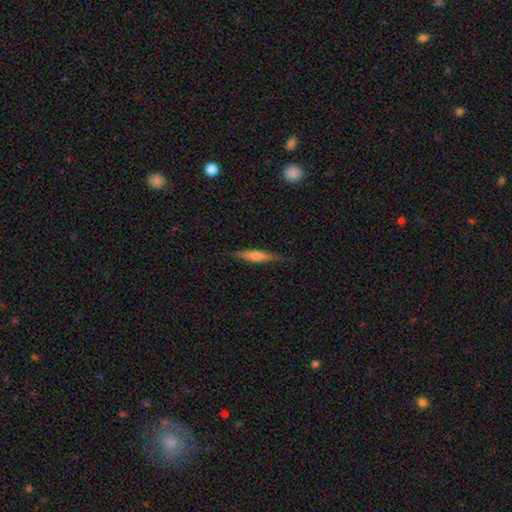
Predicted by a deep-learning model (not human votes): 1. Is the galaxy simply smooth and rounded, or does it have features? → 49% smooth, 45% featured or disk, 7% star or artifact.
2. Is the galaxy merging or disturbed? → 85% none, 12% minor disturbance, 2% major disturbance, 1% merger.